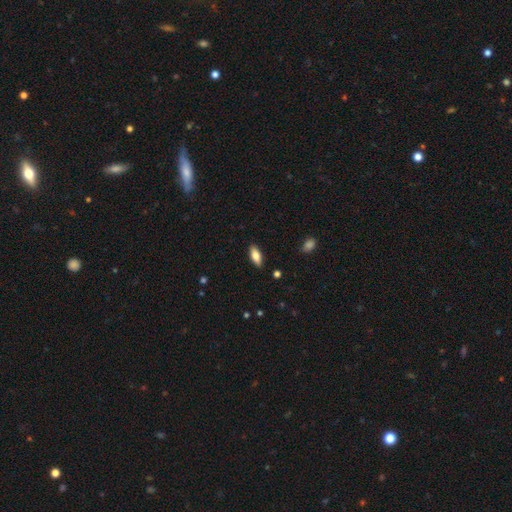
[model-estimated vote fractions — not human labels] Smooth or featured?
  - smooth: 76% *
  - featured or disk: 17%
  - star or artifact: 6%
How rounded?
  - in between: 79% *
  - cigar-shaped: 18%
  - round: 2%
Merging?
  - none: 89% *
  - minor disturbance: 9%
  - major disturbance: 2%
  - merger: 1%